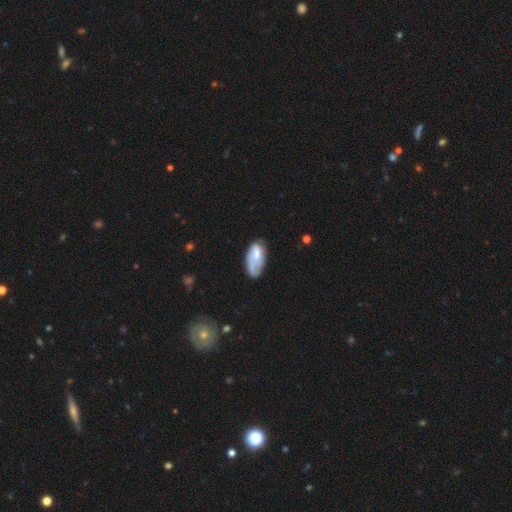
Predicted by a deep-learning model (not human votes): This is possibly a smooth galaxy (58%). How rounded: clearly in between (91%). Merging: marginally none (42%).